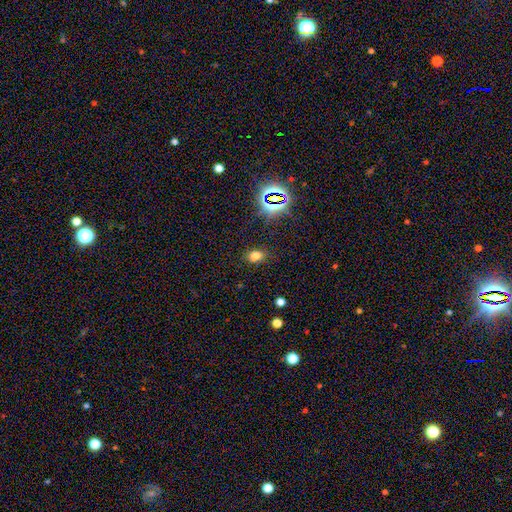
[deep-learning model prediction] Q: Smooth or featured?
A: smooth (69%); runner-up: star or artifact (23%)
Q: How rounded?
A: in between (71%); runner-up: round (27%)
Q: Merging?
A: none (83%); runner-up: minor disturbance (11%)